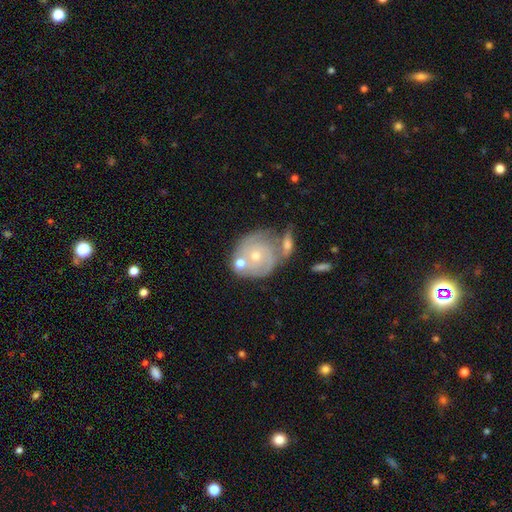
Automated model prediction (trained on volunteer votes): smooth-or-featured: featured or disk: 73% | smooth: 20% | star or artifact: 7%
  disk-edge-on: no: 97% | yes: 3%
    bar: no: 83% | weak: 14% | strong: 3%
    has-spiral-arms: yes: 81% | no: 19%
      spiral-winding: tight: 69% | medium: 23% | loose: 7%
      spiral-arm-count: can't tell: 41% | 2: 28% | 3: 16% | 4: 6% | 1: 5% | more than 4: 4%
    bulge-size: small: 61% | moderate: 35% | large: 1% | none: 1% | dominant: 1%
  merging: none: 50% | merger: 25% | minor disturbance: 17% | major disturbance: 7%